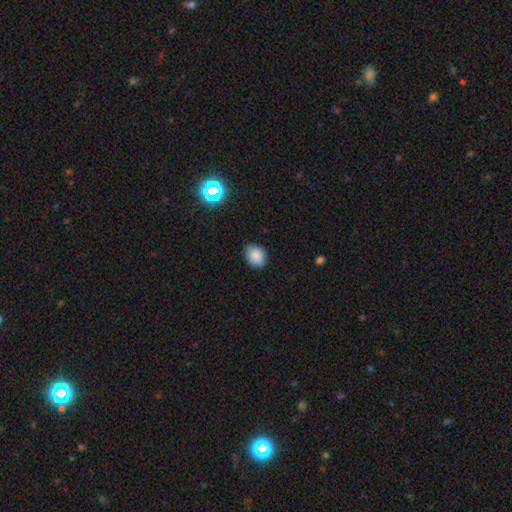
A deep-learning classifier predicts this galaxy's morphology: Q: Smooth or featured?
A: smooth (85%); runner-up: star or artifact (10%)
Q: How rounded?
A: in between (51%); runner-up: round (48%)
Q: Merging?
A: none (80%); runner-up: minor disturbance (16%)